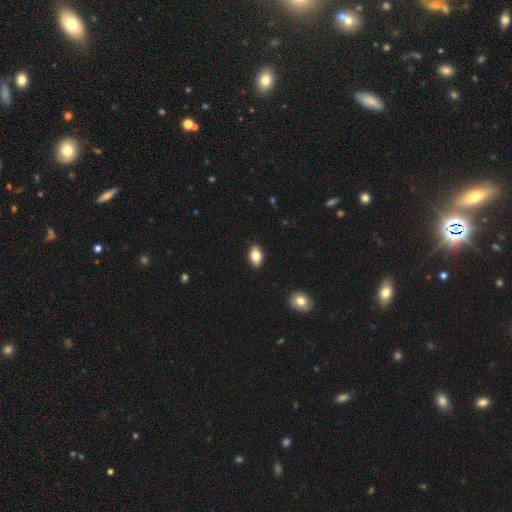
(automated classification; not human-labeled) smooth-or-featured: smooth: 79% | featured or disk: 13% | star or artifact: 8%
  how-rounded: in between: 90% | round: 7% | cigar-shaped: 3%
  merging: none: 89% | minor disturbance: 8% | major disturbance: 2% | merger: 1%